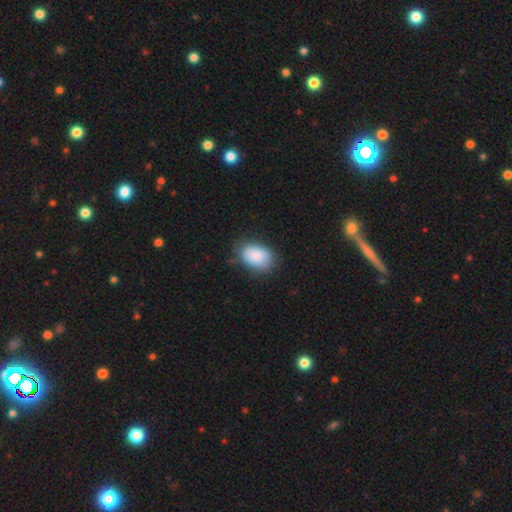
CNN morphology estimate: Smooth or featured? smooth (87%)
How rounded? in between (84%)
Merging? none (71%)